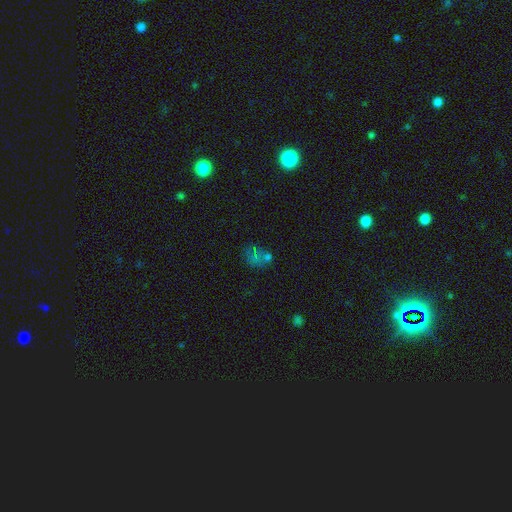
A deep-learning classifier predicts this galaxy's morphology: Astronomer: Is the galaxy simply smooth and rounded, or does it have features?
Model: smooth — 44% (runner-up: star or artifact, 37%).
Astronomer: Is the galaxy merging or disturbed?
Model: none — 54%.